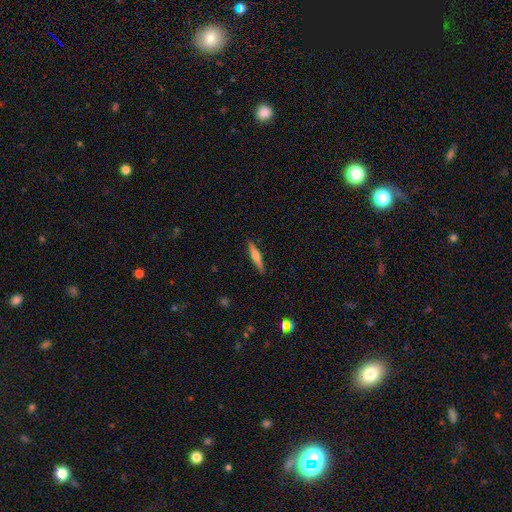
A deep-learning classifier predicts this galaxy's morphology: smooth_or_featured: featured or disk (p=0.52) [alt: smooth p=0.42]
disk_edge_on: yes (p=0.96) [alt: no p=0.04]
edge_on_bulge: rounded (p=0.86) [alt: none p=0.08]
merging: none (p=0.90) [alt: minor disturbance p=0.07]